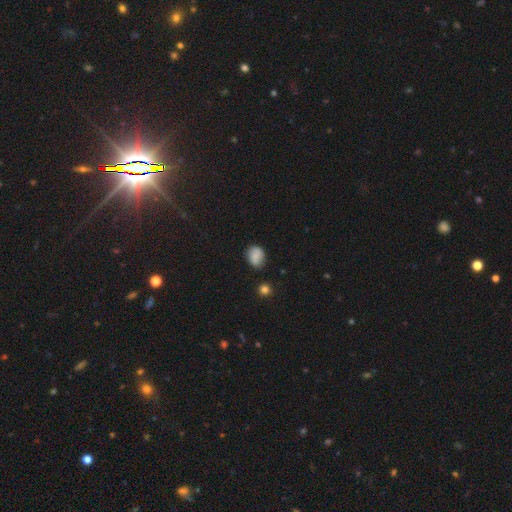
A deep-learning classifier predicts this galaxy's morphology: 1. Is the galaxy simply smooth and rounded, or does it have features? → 80% smooth, 10% star or artifact, 10% featured or disk.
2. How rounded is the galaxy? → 54% in between, 45% round, 1% cigar-shaped.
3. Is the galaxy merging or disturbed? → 68% none, 23% minor disturbance, 5% major disturbance, 4% merger.